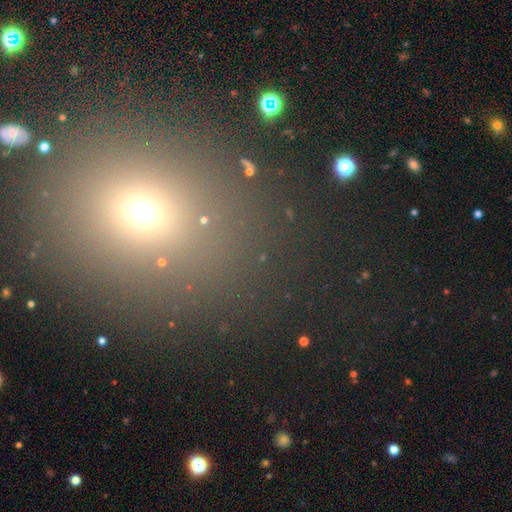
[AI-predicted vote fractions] Q: Smooth or featured?
A: smooth (56%); runner-up: star or artifact (36%)
Q: How rounded?
A: round (70%); runner-up: in between (28%)
Q: Merging?
A: none (85%); runner-up: minor disturbance (7%)